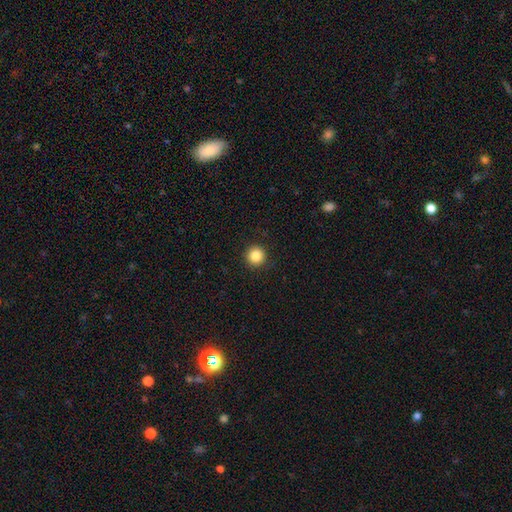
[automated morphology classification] The model was most divided on "smooth or featured": smooth: 86%, star or artifact: 10%, featured or disk: 4%. More confident: how rounded — round (96%); merging — none (92%).